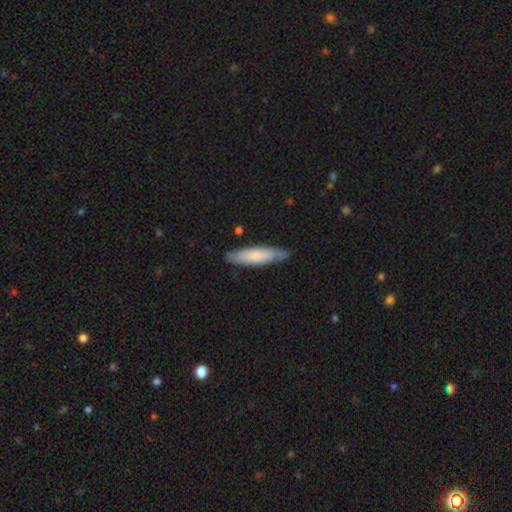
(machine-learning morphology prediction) The model was most divided on "how rounded": cigar-shaped: 75%, in between: 24%, round: 1%. More confident: merging — none (82%); smooth or featured — smooth (74%).